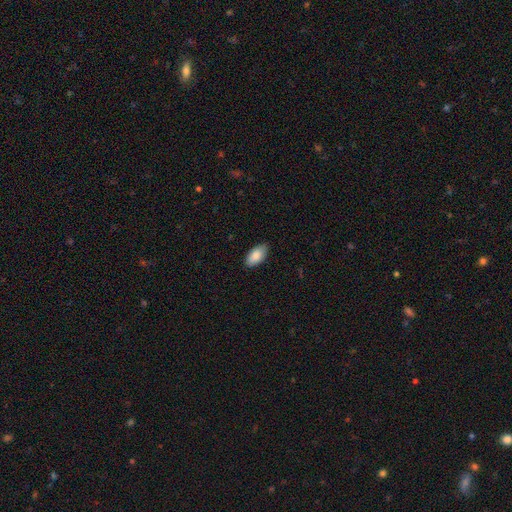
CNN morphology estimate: smooth-or-featured: smooth: 88% | featured or disk: 6% | star or artifact: 6%
  how-rounded: in between: 95% | cigar-shaped: 3% | round: 2%
  merging: none: 85% | minor disturbance: 12% | major disturbance: 2% | merger: 1%